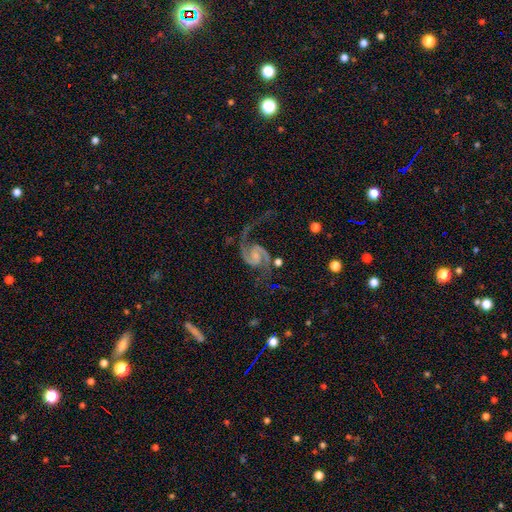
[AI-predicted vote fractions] A featured or disk galaxy (93%) with no bar (50%), 2 (94%) medium (49%) spiral arms (98%) and a small central bulge (49%). Merging: none (62%).